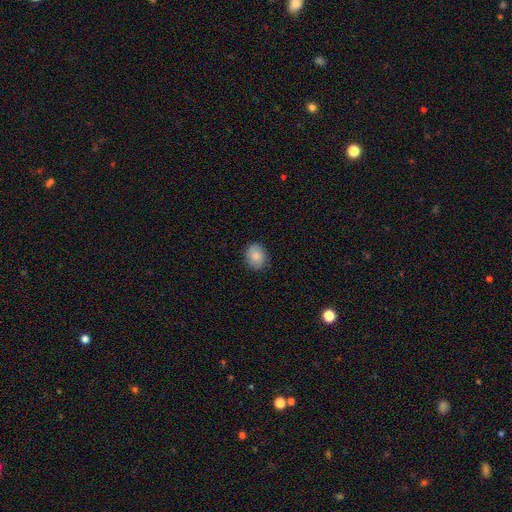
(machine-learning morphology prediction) A smooth galaxy with no disk features (83%) that is round (57%). Merging: none (86%).